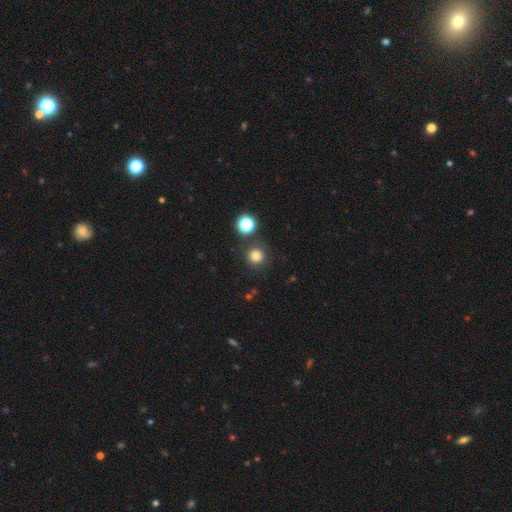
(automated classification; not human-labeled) A smooth galaxy with no disk features (79%) that is round (94%).

Vote fractions:
- Smooth or featured? smooth: 79% / star or artifact: 15% / featured or disk: 6%
- How rounded? round: 94% / in between: 5% / cigar-shaped: 1%
- Merging? none: 82% / minor disturbance: 8% / merger: 6% / major disturbance: 3%